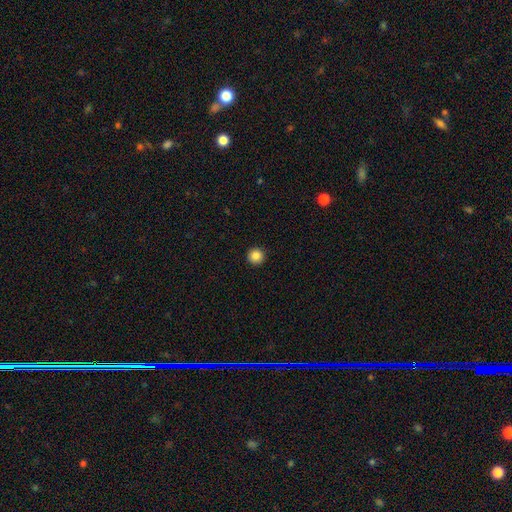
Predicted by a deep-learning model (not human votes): Overall: smooth (85%). How rounded: round (96%). Merging: none (94%).